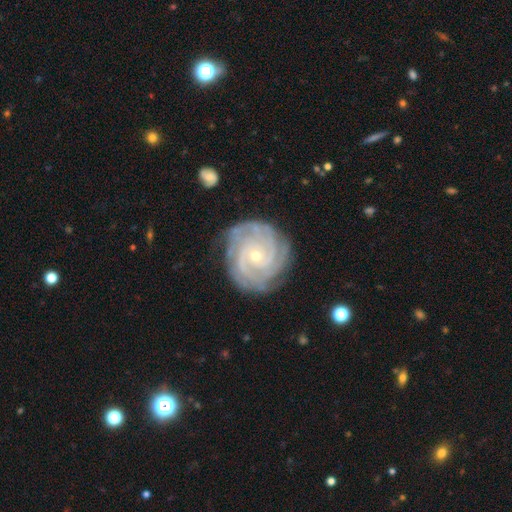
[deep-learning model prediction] Q: Smooth or featured?
A: featured or disk (90%); runner-up: star or artifact (5%)
Q: Edge-on disk?
A: no (98%); runner-up: yes (2%)
Q: Bar?
A: no (72%); runner-up: weak (21%)
Q: Spiral arms?
A: yes (98%); runner-up: no (2%)
Q: Spiral winding?
A: tight (80%); runner-up: medium (18%)
Q: Spiral arm count?
A: 3 (25%); tied with: 4 (25%)
Q: Bulge size?
A: small (78%); runner-up: moderate (20%)
Q: Merging?
A: none (81%); runner-up: minor disturbance (14%)